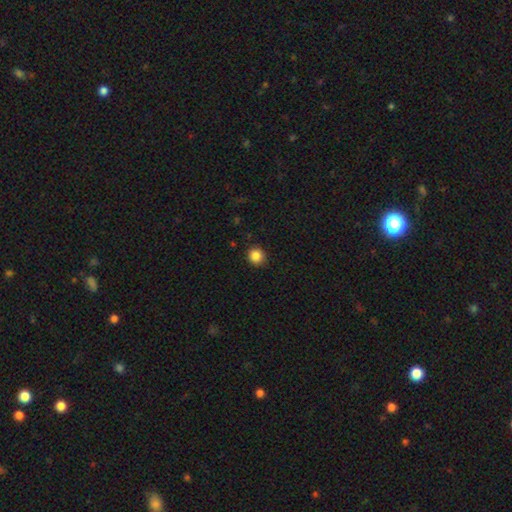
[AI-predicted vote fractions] Smooth or featured? Predicted: smooth (p=0.86). How rounded? Predicted: round (p=0.91). Merging? Predicted: none (p=0.91).